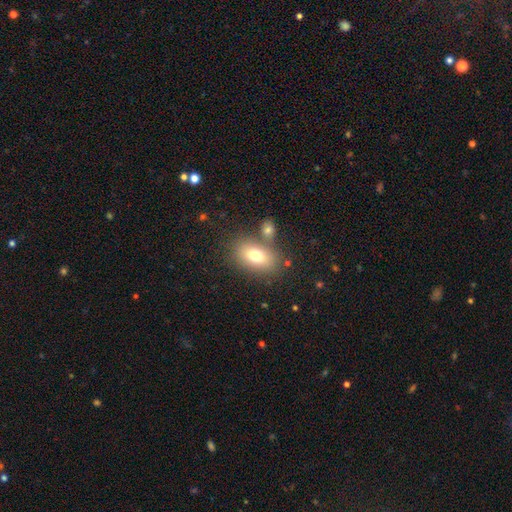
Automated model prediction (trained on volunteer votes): Morphology: type=smooth (75%); roundness=in between (85%); merging=none (68%).